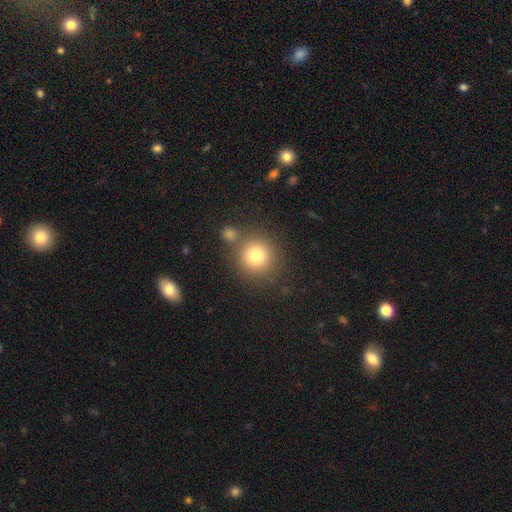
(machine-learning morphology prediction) A smooth galaxy with no disk features (77%) that is round (92%). Merging: none (74%).